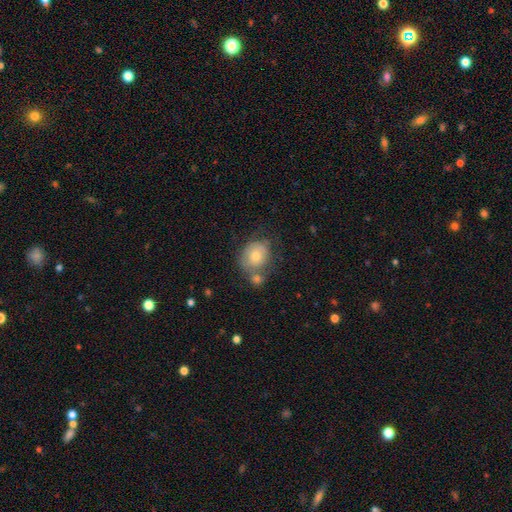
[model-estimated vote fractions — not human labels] Smooth or featured: smooth — 67% (featured or disk — 24%)
How rounded: round — 70% (in between — 29%)
Merging: none — 49% (merger — 25%)